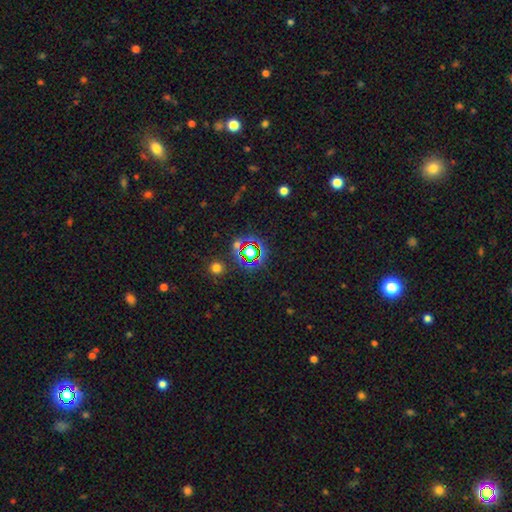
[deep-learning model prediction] Overall: star or artifact (74%).